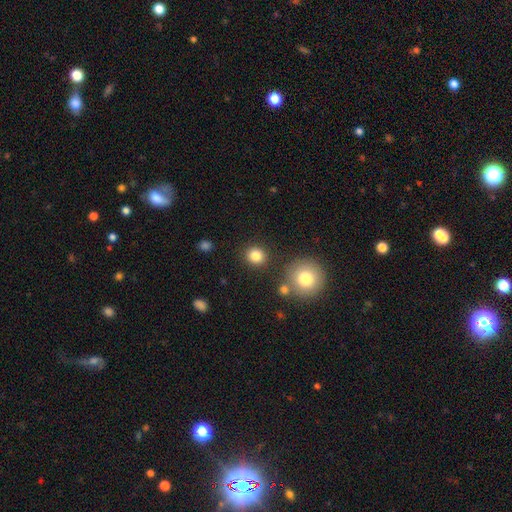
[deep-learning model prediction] This appears to be a smooth galaxy with no disk features (83%) that is round (88%). Merging: none (85%).